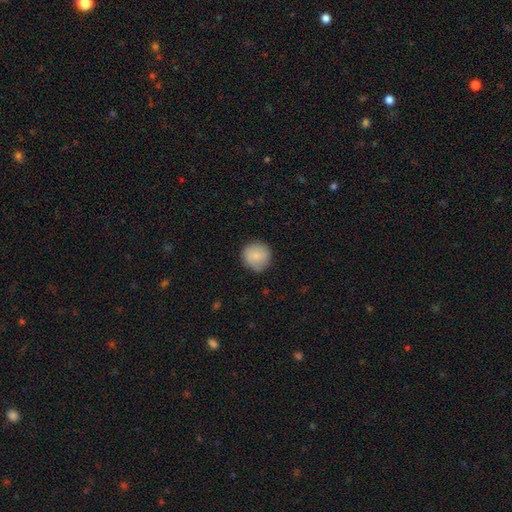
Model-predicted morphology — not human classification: A smooth galaxy with no disk features (81%) that is round (93%).

Vote fractions:
- Smooth or featured? smooth: 81% / featured or disk: 12% / star or artifact: 7%
- How rounded? round: 93% / in between: 6% / cigar-shaped: 1%
- Merging? none: 81% / minor disturbance: 15% / major disturbance: 3% / merger: 1%